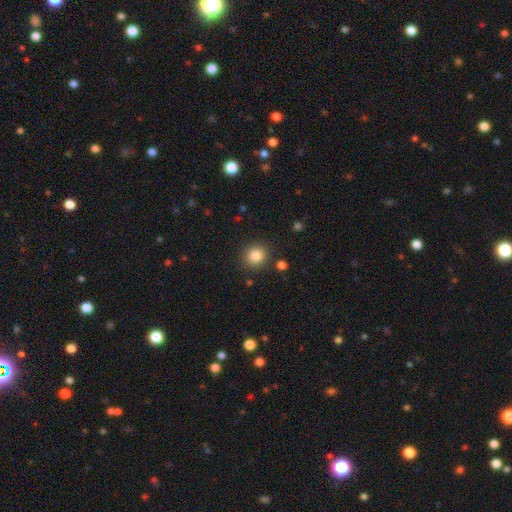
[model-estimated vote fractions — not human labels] Morphology: type=smooth (84%); roundness=round (88%); merging=none (88%).